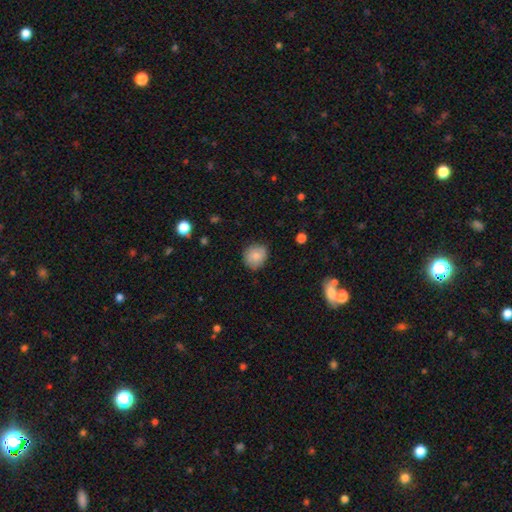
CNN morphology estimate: smooth_or_featured: smooth (p=0.79) [alt: featured or disk p=0.13]
how_rounded: round (p=0.79) [alt: in between p=0.20]
merging: none (p=0.81) [alt: minor disturbance p=0.16]